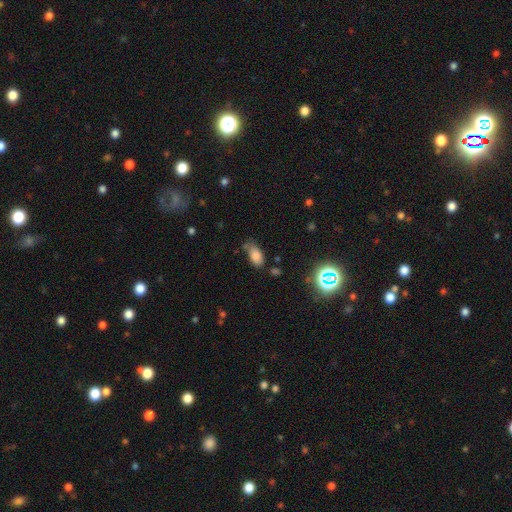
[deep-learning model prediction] smooth_or_featured: smooth (p=0.78) [alt: star or artifact p=0.13]
how_rounded: in between (p=0.91) [alt: round p=0.05]
merging: none (p=0.56) [alt: minor disturbance p=0.30]